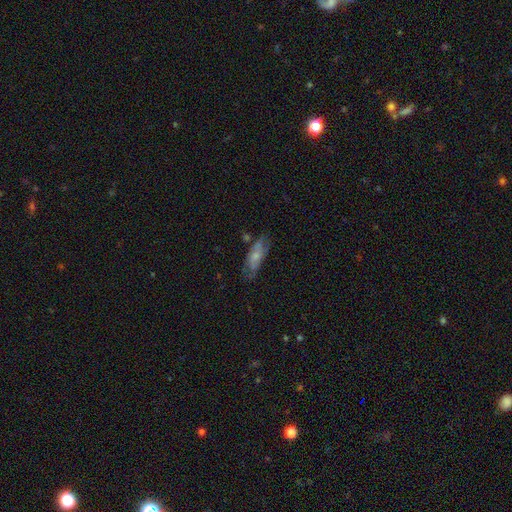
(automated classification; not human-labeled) smooth_or_featured: smooth (p=0.52) [alt: featured or disk p=0.41]
how_rounded: in between (p=0.67) [alt: cigar-shaped p=0.30]
merging: none (p=0.60) [alt: minor disturbance p=0.25]